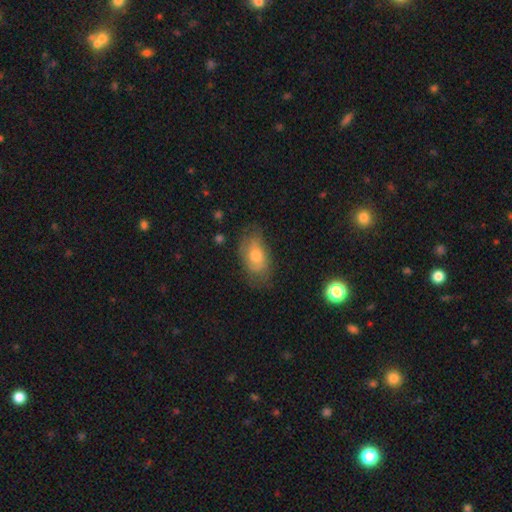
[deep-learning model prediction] Smooth or featured: smooth — 59% (featured or disk — 32%)
How rounded: in between — 88% (round — 9%)
Merging: none — 62% (minor disturbance — 27%)